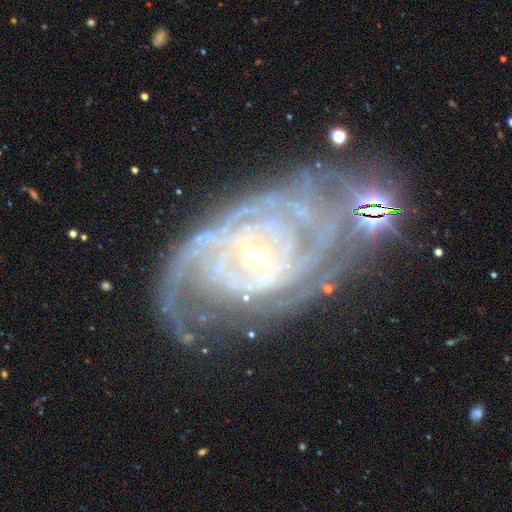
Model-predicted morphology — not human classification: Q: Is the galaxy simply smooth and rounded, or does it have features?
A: featured or disk — 90%.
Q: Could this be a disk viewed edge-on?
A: no — 96%.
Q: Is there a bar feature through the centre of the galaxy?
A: no — 62%.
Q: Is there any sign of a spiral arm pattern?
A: yes — 97%.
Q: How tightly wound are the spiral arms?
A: tight — 68%.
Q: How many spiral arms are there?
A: can't tell — 27%.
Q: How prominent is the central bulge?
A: small — 70%.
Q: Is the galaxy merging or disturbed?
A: none — 58%.